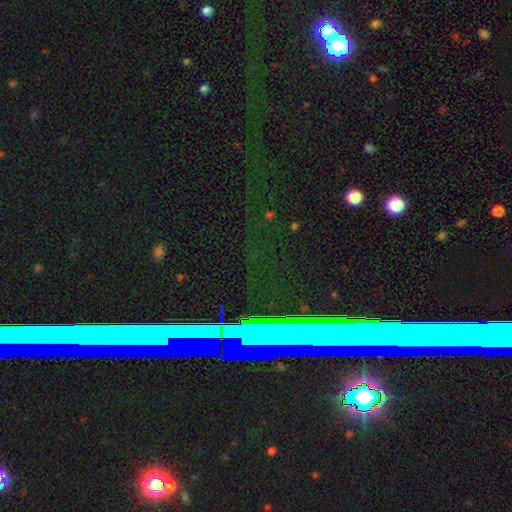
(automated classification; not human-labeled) A star or artifact, not a galaxy (68%).

Vote fractions:
- Smooth or featured? star or artifact: 68% / featured or disk: 19% / smooth: 13%